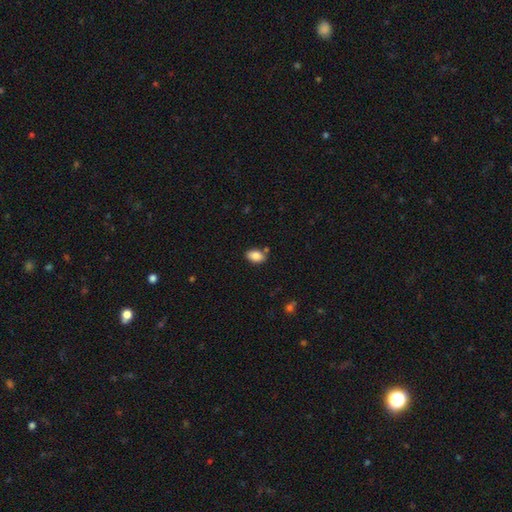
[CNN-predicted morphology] This is clearly a smooth galaxy (86%). How rounded: clearly in between (89%). Merging: likely none (78%).